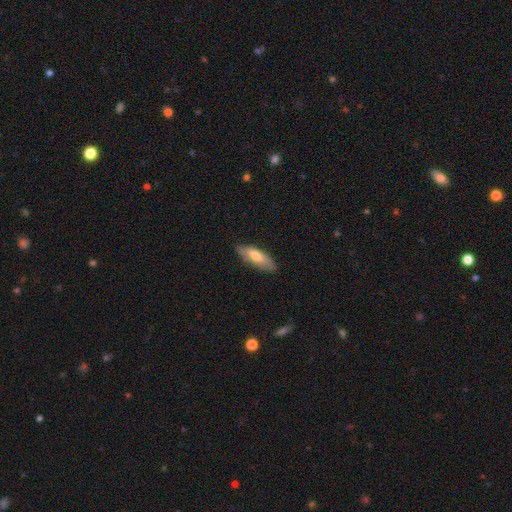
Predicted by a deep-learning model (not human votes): This appears to be a smooth galaxy with no disk features (68%) that is in between round and cigar-shaped (56%). Merging: none (81%).